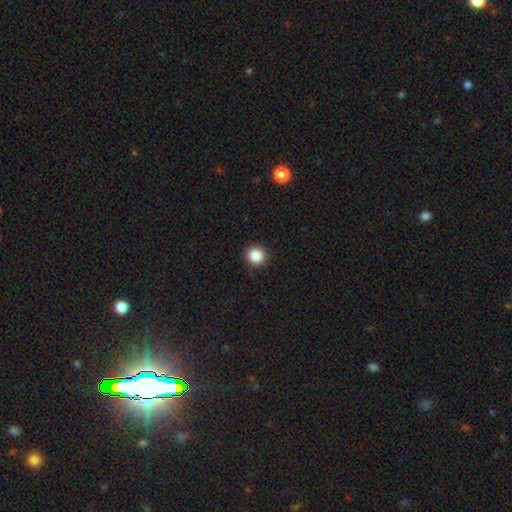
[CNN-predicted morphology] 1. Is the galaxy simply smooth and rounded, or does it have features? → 86% smooth, 10% star or artifact, 3% featured or disk.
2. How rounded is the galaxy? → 95% round, 4% in between, 1% cigar-shaped.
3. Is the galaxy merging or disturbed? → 92% none, 5% minor disturbance, 2% major disturbance, 1% merger.